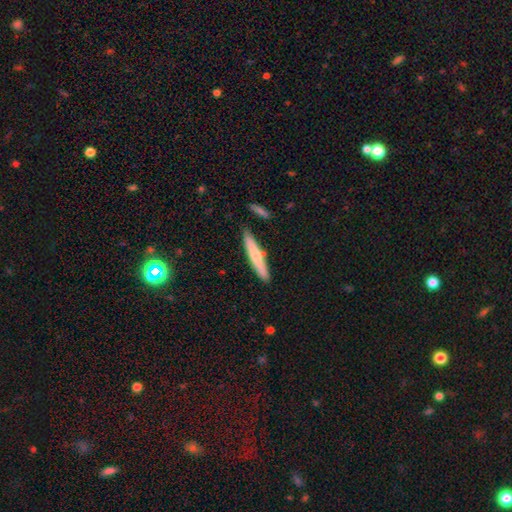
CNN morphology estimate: A smooth galaxy with no disk features (63%) that is cigar-shaped (92%).

Vote fractions:
- Smooth or featured? smooth: 63% / featured or disk: 31% / star or artifact: 6%
- How rounded? cigar-shaped: 92% / in between: 7% / round: 1%
- Merging? none: 82% / minor disturbance: 11% / merger: 4% / major disturbance: 2%